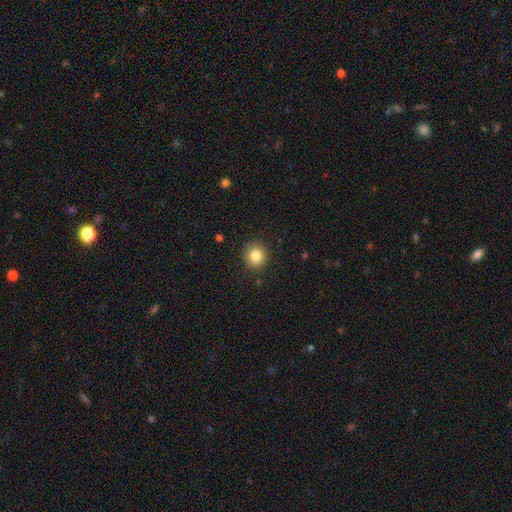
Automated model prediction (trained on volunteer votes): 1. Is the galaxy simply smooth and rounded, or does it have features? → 84% smooth, 10% star or artifact, 6% featured or disk.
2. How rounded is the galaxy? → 88% round, 11% in between, 1% cigar-shaped.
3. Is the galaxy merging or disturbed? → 89% none, 8% minor disturbance, 2% major disturbance, 1% merger.